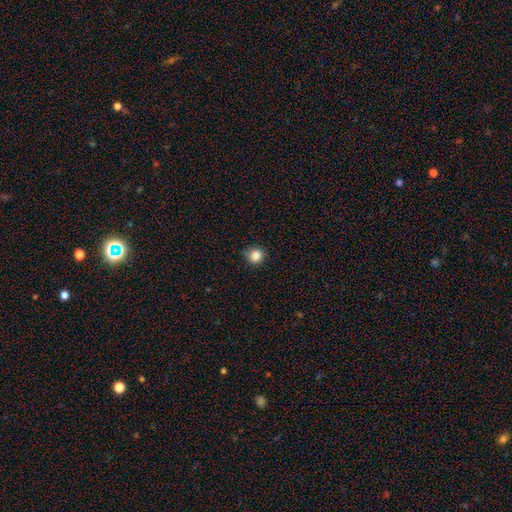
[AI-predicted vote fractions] smooth_or_featured: smooth (p=0.85) [alt: star or artifact p=0.11]
how_rounded: round (p=0.92) [alt: in between p=0.07]
merging: none (p=0.84) [alt: minor disturbance p=0.13]